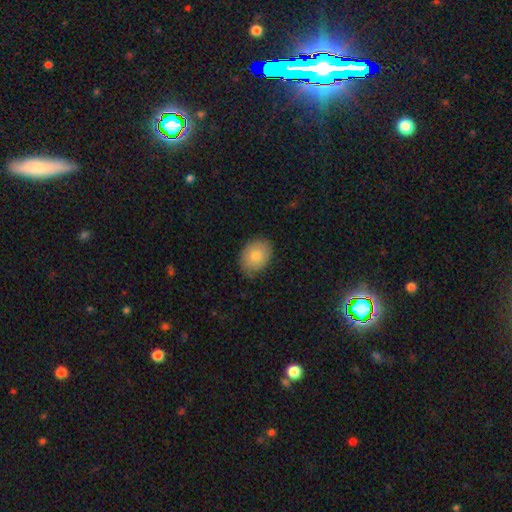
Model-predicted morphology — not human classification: Smooth or featured?
  - smooth: 76% *
  - featured or disk: 16%
  - star or artifact: 8%
How rounded?
  - in between: 66% *
  - round: 33%
  - cigar-shaped: 1%
Merging?
  - none: 77% *
  - minor disturbance: 19%
  - major disturbance: 3%
  - merger: 1%